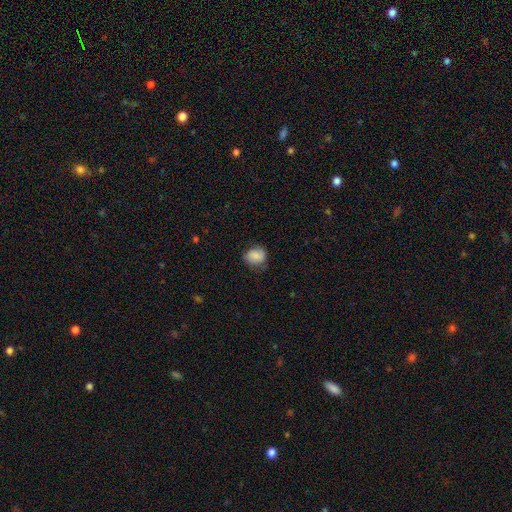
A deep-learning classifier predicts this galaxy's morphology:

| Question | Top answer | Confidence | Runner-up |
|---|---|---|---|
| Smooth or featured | smooth | 77% | featured or disk (15%) |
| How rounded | round | 55% | in between (44%) |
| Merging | none | 67% | minor disturbance (25%) |